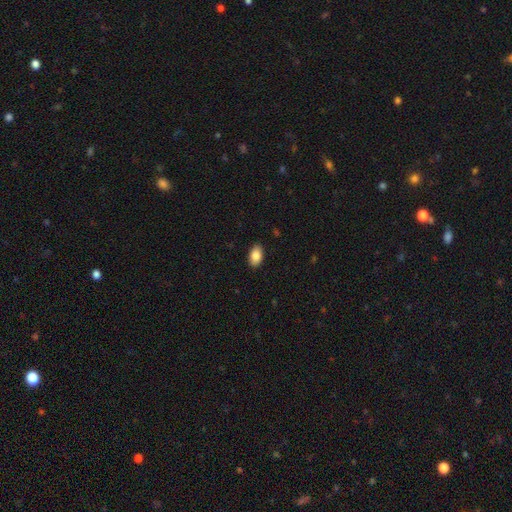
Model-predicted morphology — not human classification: Smooth or featured? Predicted: smooth (p=0.87). How rounded? Predicted: in between (p=0.93). Merging? Predicted: none (p=0.89).